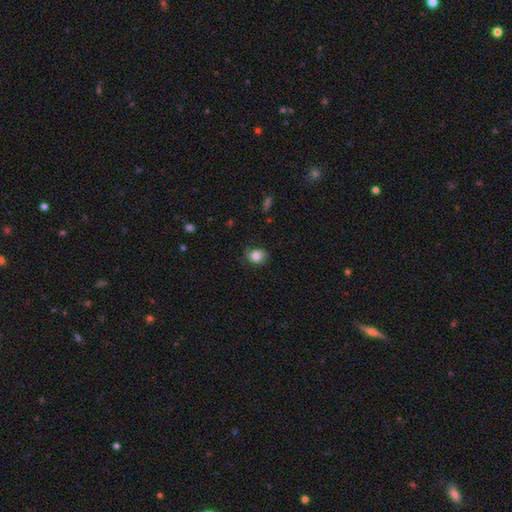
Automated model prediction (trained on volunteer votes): This appears to be a smooth galaxy with no disk features (79%) that is round (62%). Merging: none (67%).